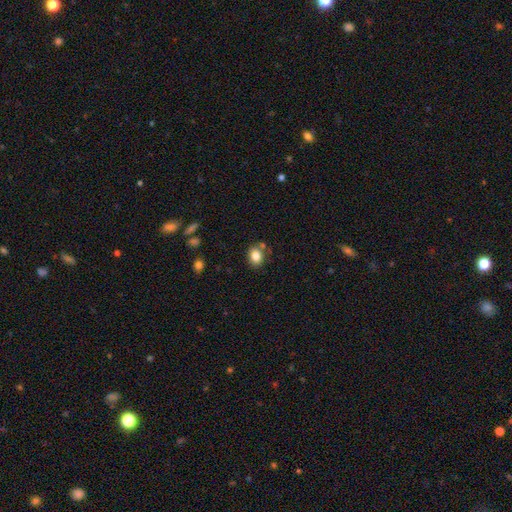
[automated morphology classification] type=smooth (82%); roundness=in between (55%); merging=none (73%).